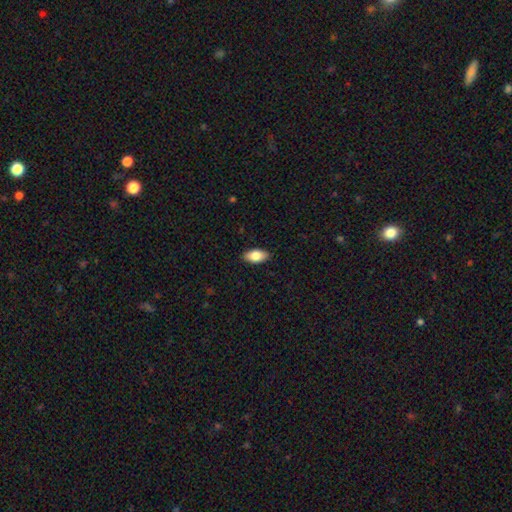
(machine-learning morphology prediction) smooth 81%, featured or disk 12%, star or artifact 7%. Down the decision tree: how rounded — in between (92%); merging — none (88%).